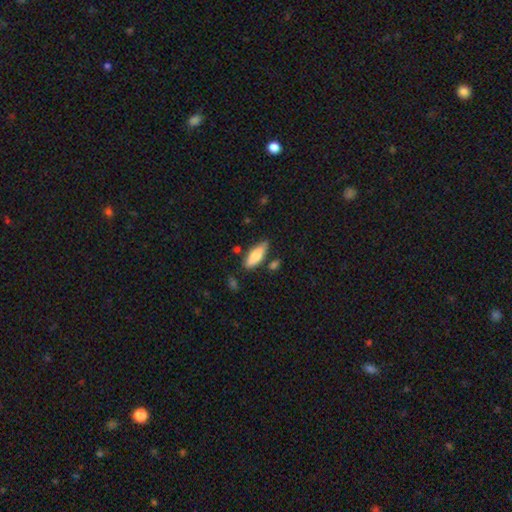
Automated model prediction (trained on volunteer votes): smooth_or_featured: smooth (p=0.72) [alt: featured or disk p=0.22]
how_rounded: in between (p=0.61) [alt: cigar-shaped p=0.37]
merging: none (p=0.75) [alt: minor disturbance p=0.16]